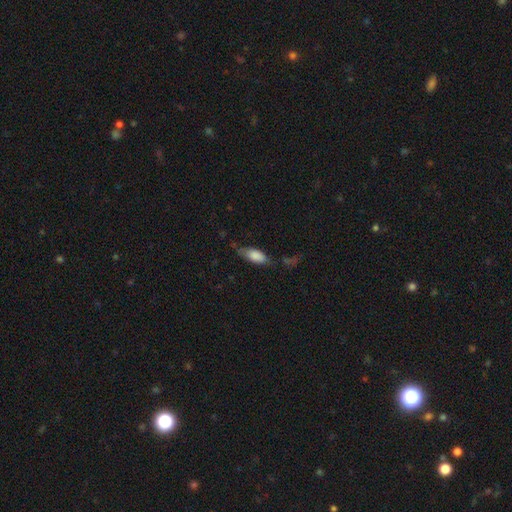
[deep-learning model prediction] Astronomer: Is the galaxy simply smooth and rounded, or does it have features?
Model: smooth — 78%.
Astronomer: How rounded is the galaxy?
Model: in between — 80%.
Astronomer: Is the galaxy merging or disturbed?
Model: none — 50% (runner-up: minor disturbance, 31%).